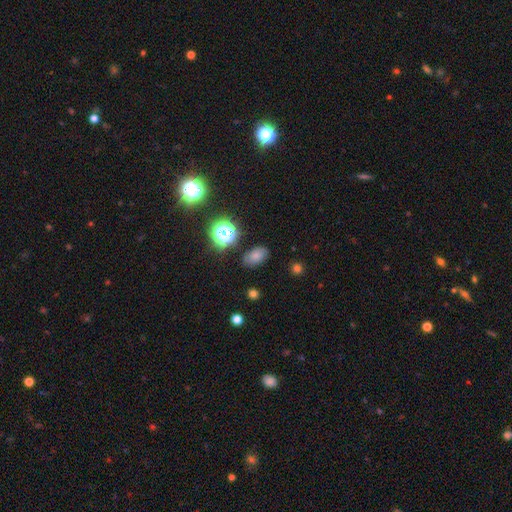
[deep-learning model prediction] A smooth galaxy with no disk features (65%) that is in between round and cigar-shaped (86%).

Vote fractions:
- Smooth or featured? smooth: 65% / star or artifact: 21% / featured or disk: 14%
- How rounded? in between: 86% / round: 12% / cigar-shaped: 2%
- Merging? none: 79% / minor disturbance: 14% / major disturbance: 4% / merger: 2%